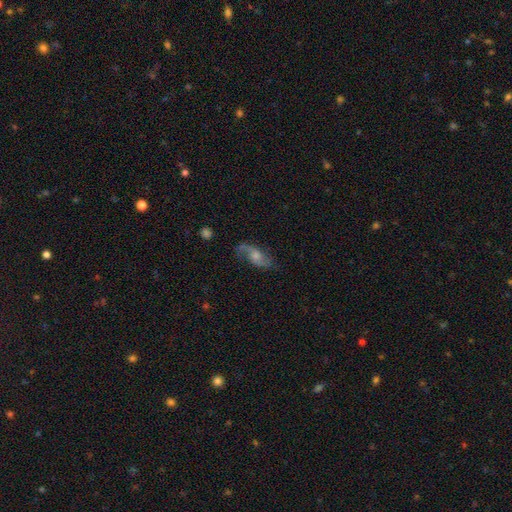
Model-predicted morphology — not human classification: type=featured or disk (74%); edge-on=no (93%); bar=no (62%); spiral arms=yes (93%); winding=loose (65%); arm count=2 (87%); bulge=moderate (45%); merging=none (67%).